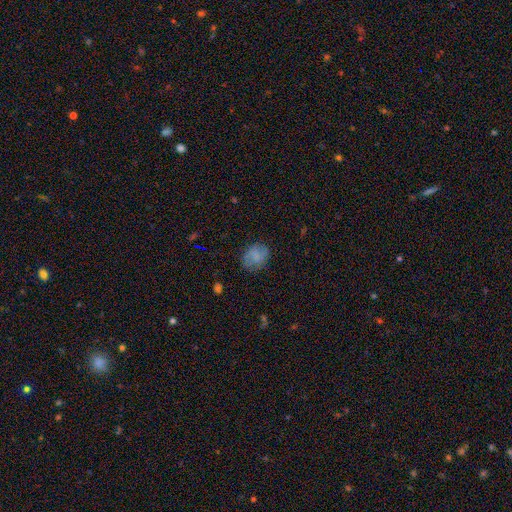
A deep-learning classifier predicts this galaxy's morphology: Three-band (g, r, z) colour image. It shows a smooth galaxy with no disk features (68%) that is in between round and cigar-shaped (52%). Merging: none (74%).